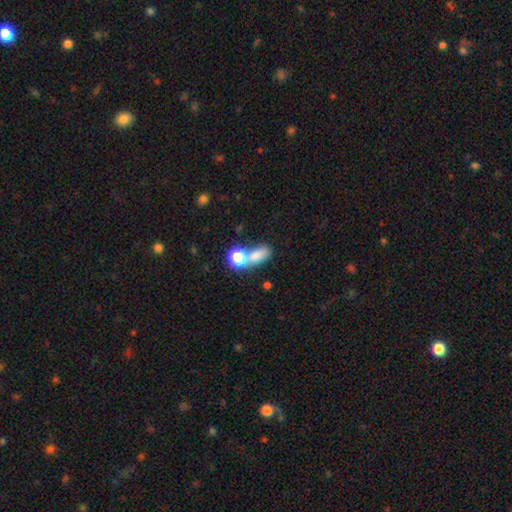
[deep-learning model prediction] Smooth or featured?
  - smooth: 70% *
  - star or artifact: 19%
  - featured or disk: 11%
How rounded?
  - in between: 71% *
  - round: 24%
  - cigar-shaped: 6%
Merging?
  - none: 41% *
  - merger: 40%
  - minor disturbance: 11%
  - major disturbance: 7%